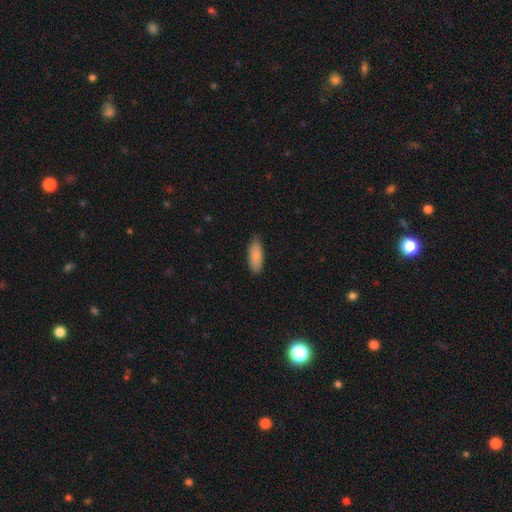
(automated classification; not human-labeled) This appears to be a smooth galaxy with no disk features (87%) that is in between round and cigar-shaped (78%). Merging: none (78%).